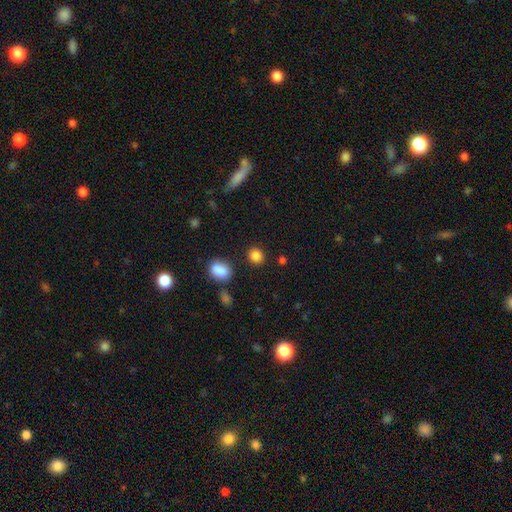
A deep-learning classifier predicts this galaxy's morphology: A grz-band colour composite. It shows a smooth galaxy with no disk features (85%) that is round (78%). Merging: none (86%).